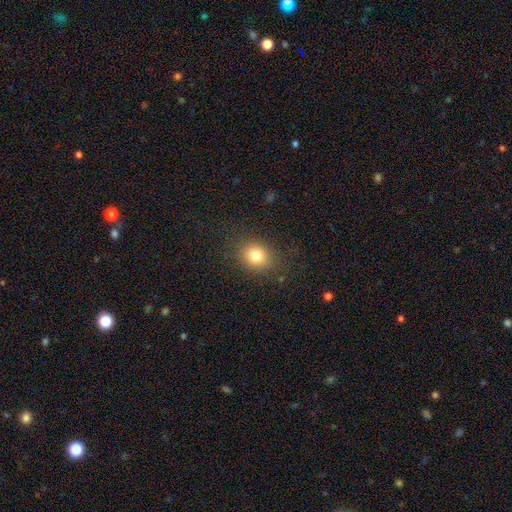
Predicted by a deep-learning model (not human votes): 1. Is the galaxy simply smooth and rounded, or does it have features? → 78% smooth, 13% star or artifact, 9% featured or disk.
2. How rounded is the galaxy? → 70% round, 29% in between, 1% cigar-shaped.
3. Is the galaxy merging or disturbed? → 84% none, 10% minor disturbance, 5% major disturbance, 1% merger.